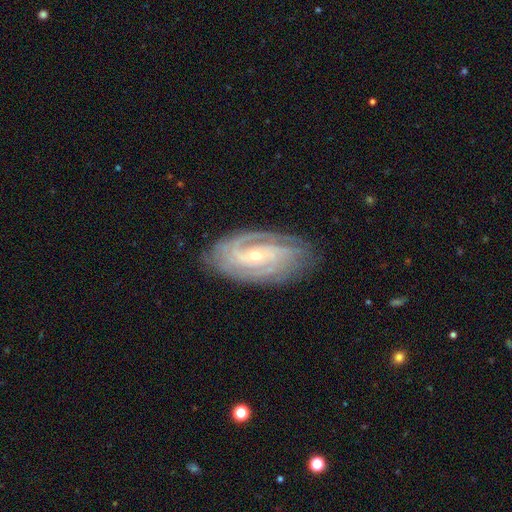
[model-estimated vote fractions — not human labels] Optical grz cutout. It shows a featured or disk galaxy (88%) with no bar (49%), 2 (33%) tight (65%) spiral arms (97%) and a small central bulge (63%). Merging: none (80%).